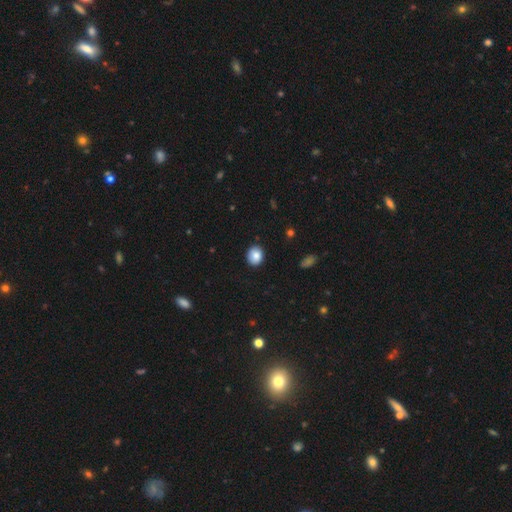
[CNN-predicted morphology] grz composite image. It shows a smooth galaxy with no disk features (85%) that is round (69%). Merging: none (88%).